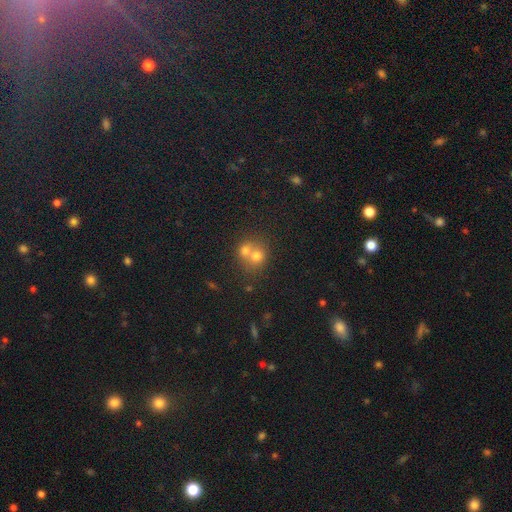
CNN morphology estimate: type=smooth (69%); roundness=round (78%); merging=merger (64%).